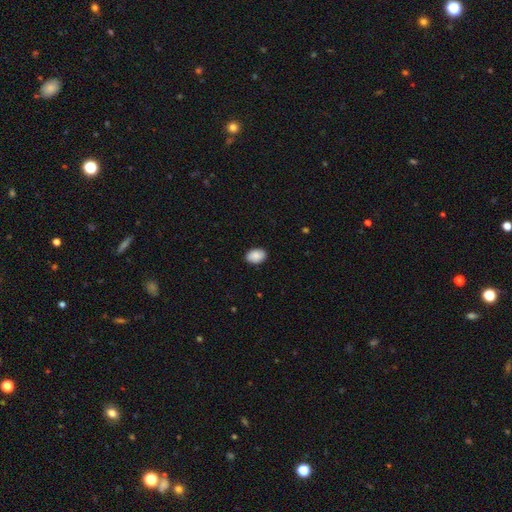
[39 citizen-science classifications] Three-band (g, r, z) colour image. It shows a smooth galaxy with no disk features (92%) that is in between round and cigar-shaped (89%). Merging: none (100%).